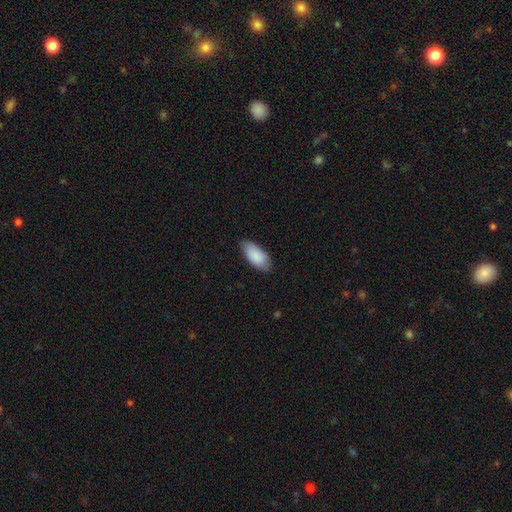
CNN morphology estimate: smooth_or_featured: smooth (p=0.88) [alt: featured or disk p=0.06]
how_rounded: in between (p=0.91) [alt: cigar-shaped p=0.07]
merging: none (p=0.80) [alt: minor disturbance p=0.17]